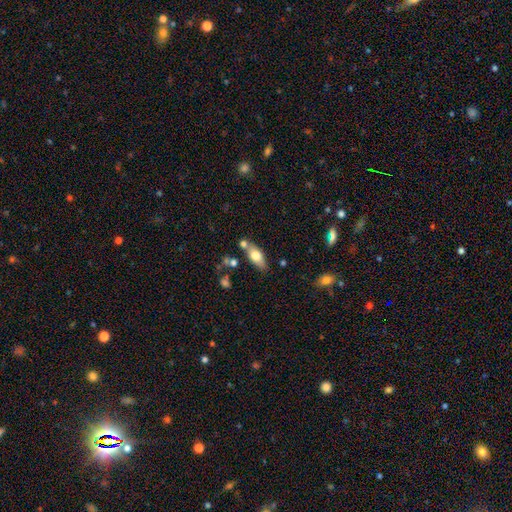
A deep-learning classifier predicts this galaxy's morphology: This is likely a smooth galaxy (67%). How rounded: likely in between (77%). Merging: likely none (66%).